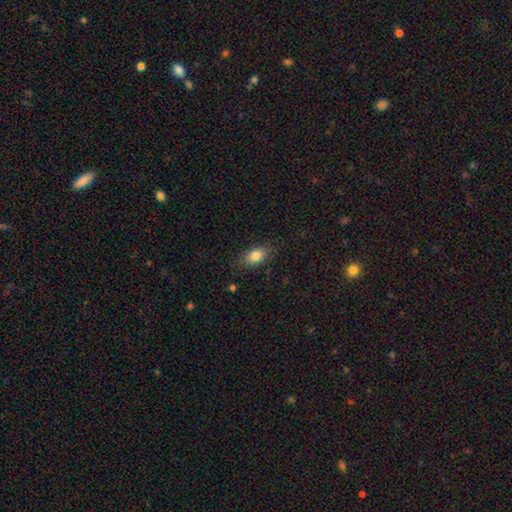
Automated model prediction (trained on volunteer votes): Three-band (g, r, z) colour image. It shows a smooth galaxy with no disk features (82%) that is in between round and cigar-shaped (85%). Merging: none (81%).